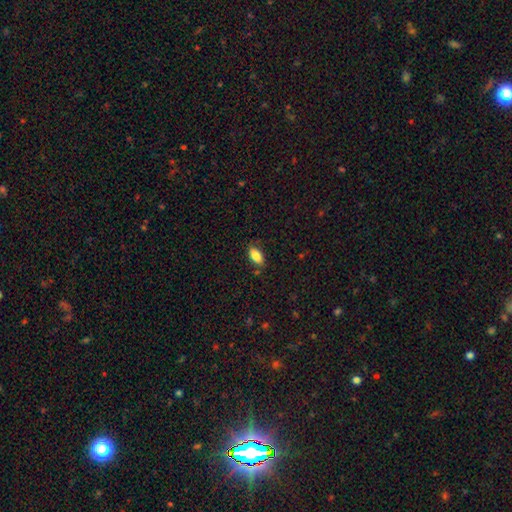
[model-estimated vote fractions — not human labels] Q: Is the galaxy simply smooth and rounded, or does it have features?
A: smooth — 87%.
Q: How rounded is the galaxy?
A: in between — 91%.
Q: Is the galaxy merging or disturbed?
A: none — 81%.